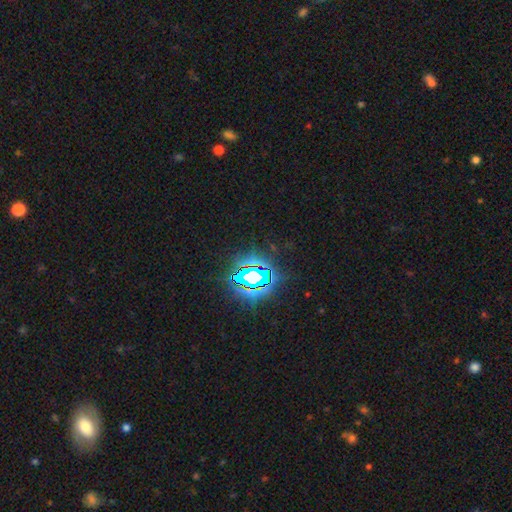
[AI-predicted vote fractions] Morphology: type=star or artifact (82%).